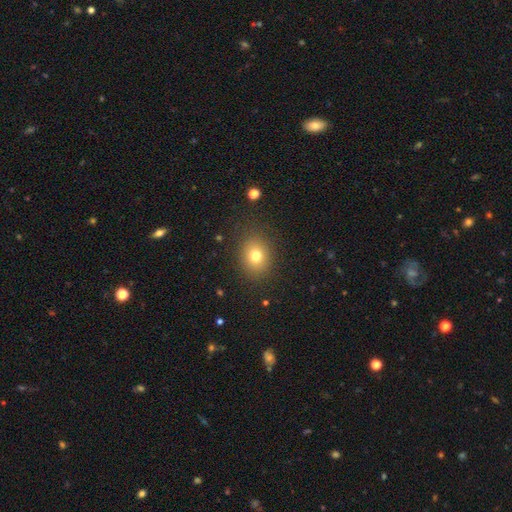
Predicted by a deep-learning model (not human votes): Smooth or featured?
  - smooth: 75% *
  - star or artifact: 14%
  - featured or disk: 11%
How rounded?
  - round: 56% *
  - in between: 43%
  - cigar-shaped: 1%
Merging?
  - none: 85% *
  - minor disturbance: 10%
  - major disturbance: 4%
  - merger: 1%